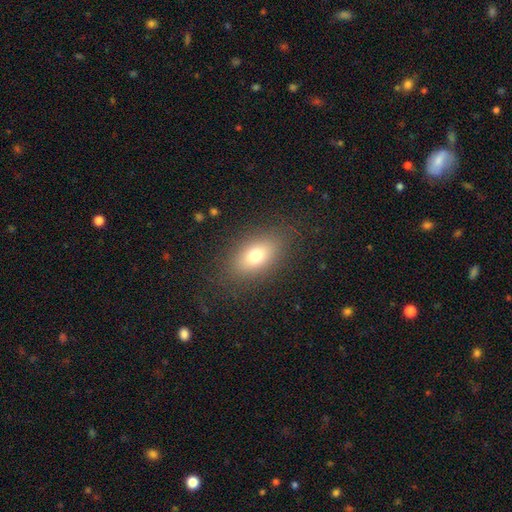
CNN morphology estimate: type=smooth (74%); roundness=in between (84%); merging=none (84%).